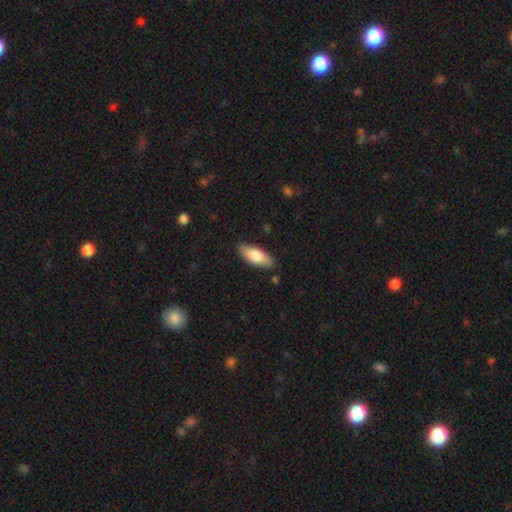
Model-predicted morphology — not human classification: Smooth or featured? Predicted: smooth (p=0.76). How rounded? Predicted: in between (p=0.78). Merging? Predicted: none (p=0.85).